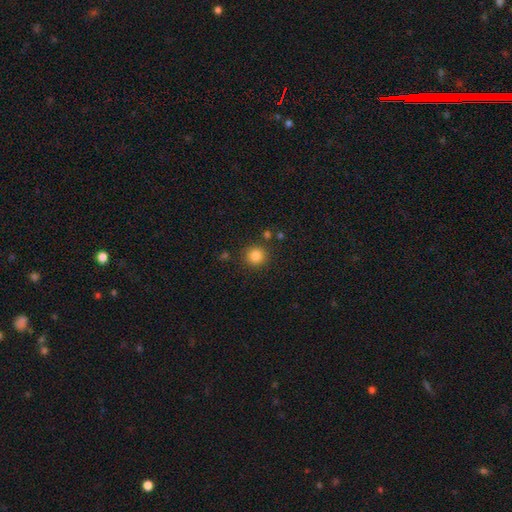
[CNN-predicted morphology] A smooth galaxy with no disk features (85%) that is round (93%).

Vote fractions:
- Smooth or featured? smooth: 85% / star or artifact: 11% / featured or disk: 4%
- How rounded? round: 93% / in between: 6% / cigar-shaped: 1%
- Merging? none: 87% / minor disturbance: 7% / merger: 3% / major disturbance: 3%